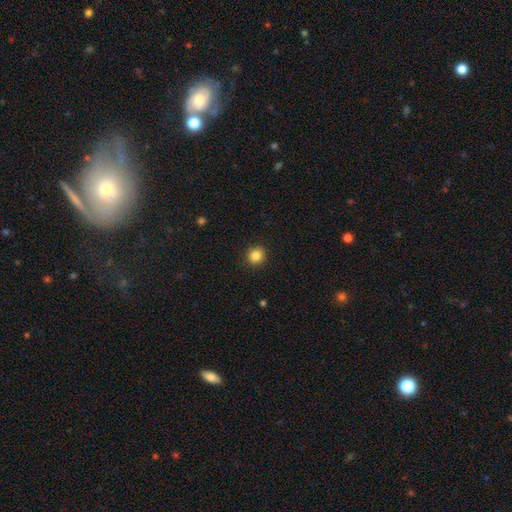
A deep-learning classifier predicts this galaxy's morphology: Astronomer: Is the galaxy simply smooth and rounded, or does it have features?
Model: smooth — 85%.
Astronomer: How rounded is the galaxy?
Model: round — 91%.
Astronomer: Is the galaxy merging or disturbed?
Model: none — 92%.